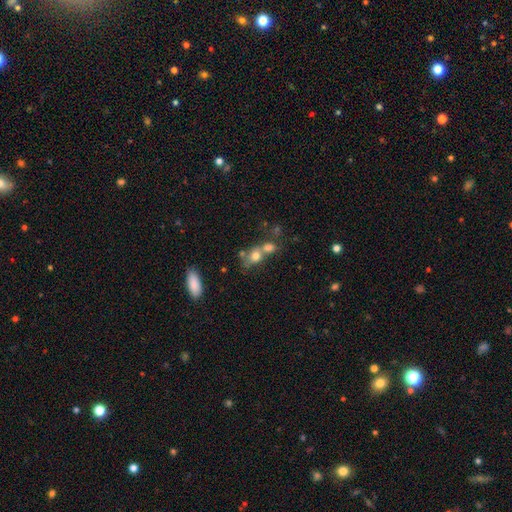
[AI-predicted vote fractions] The model was most divided on "how rounded": round: 49%, in between: 48%, cigar-shaped: 3%. More confident: smooth or featured — smooth (72%); merging — merger (57%).